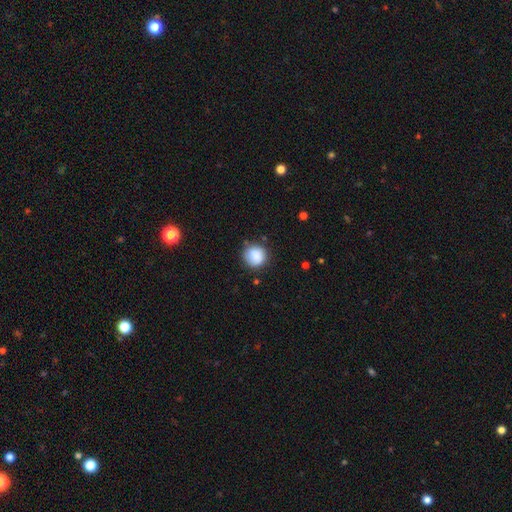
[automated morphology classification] This appears to be a smooth galaxy with no disk features (85%) that is round (91%). Merging: none (76%).